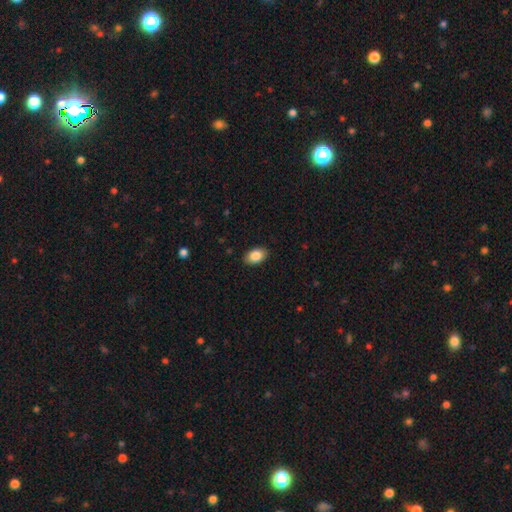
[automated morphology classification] Smooth or featured: smooth — 85% (star or artifact — 7%)
How rounded: in between — 88% (round — 10%)
Merging: none — 88% (minor disturbance — 9%)